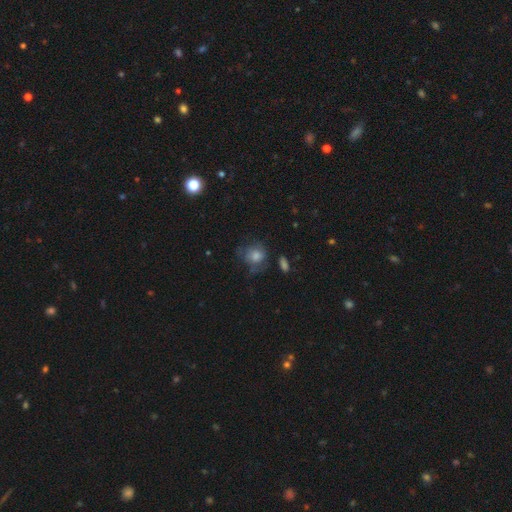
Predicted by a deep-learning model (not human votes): This is possibly a smooth galaxy (57%). How rounded: likely round (74%). Merging: possibly none (54%).